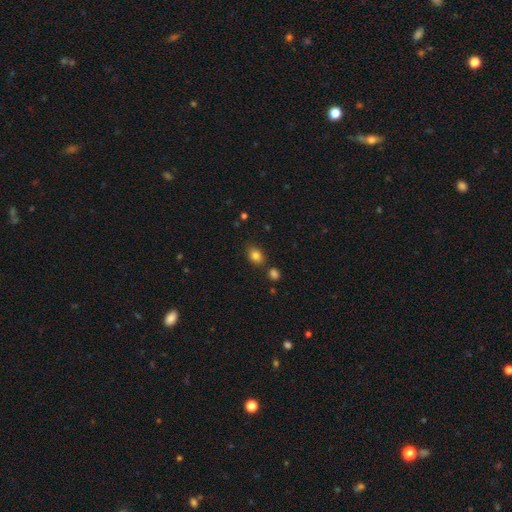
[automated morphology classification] The model was most divided on "how rounded": in between: 57%, round: 41%, cigar-shaped: 1%. More confident: smooth or featured — smooth (83%); merging — none (78%).